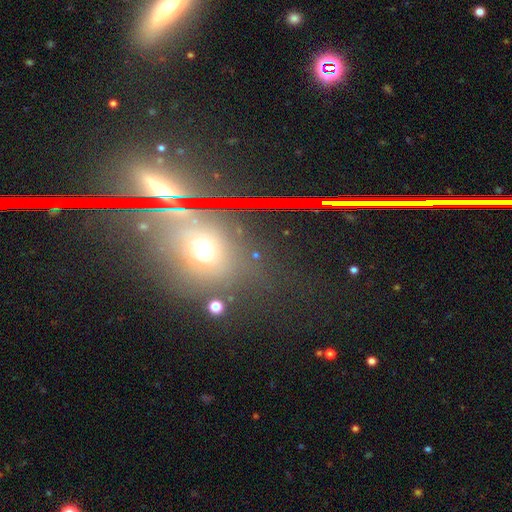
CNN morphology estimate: smooth_or_featured: smooth (p=0.45) [alt: star or artifact p=0.44]
merging: none (p=0.79) [alt: minor disturbance p=0.10]